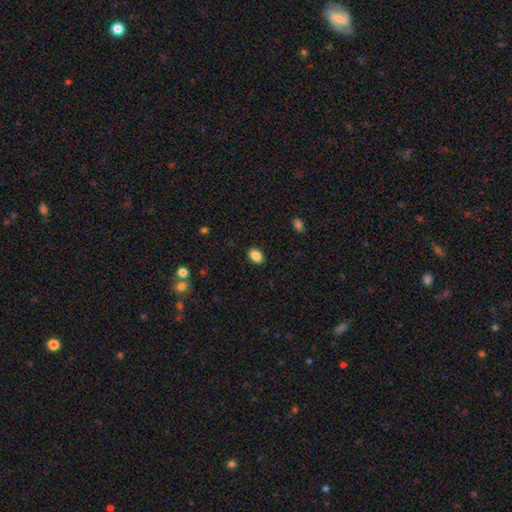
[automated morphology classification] smooth 88%, star or artifact 9%, featured or disk 4%. Down the decision tree: how rounded — in between (76%); merging — none (89%).